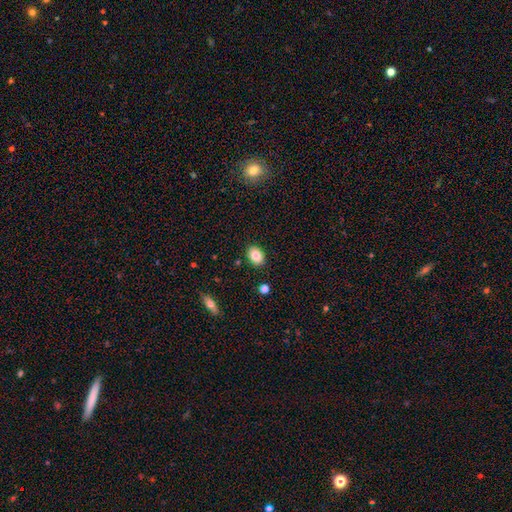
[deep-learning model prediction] Smooth or featured: smooth — 83% (star or artifact — 9%)
How rounded: in between — 72% (round — 26%)
Merging: none — 88% (minor disturbance — 8%)